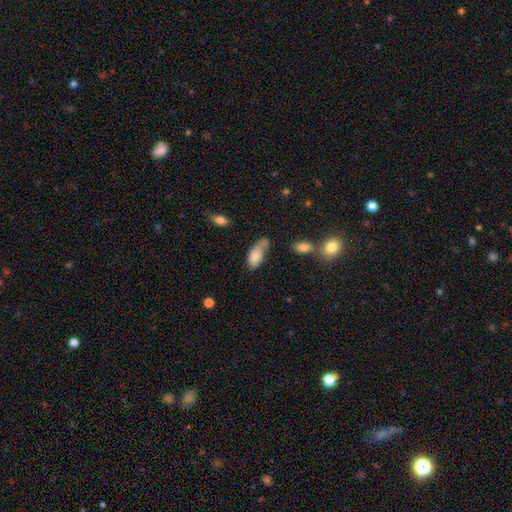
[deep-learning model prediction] Smooth or featured? smooth (79%)
How rounded? in between (92%)
Merging? none (39%)